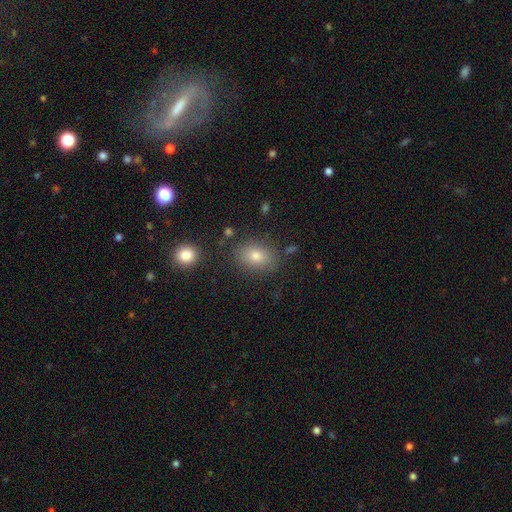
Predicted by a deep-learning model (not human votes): Morphology: type=smooth (77%); roundness=in between (69%); merging=none (82%).